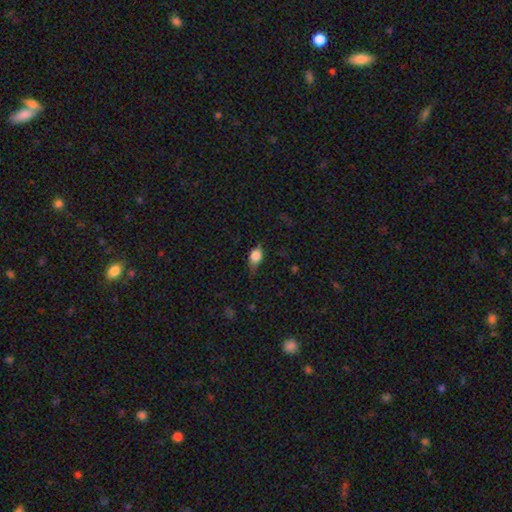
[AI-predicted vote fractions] A smooth galaxy with no disk features (77%) that is in between round and cigar-shaped (66%).

Vote fractions:
- Smooth or featured? smooth: 77% / featured or disk: 13% / star or artifact: 10%
- How rounded? in between: 66% / round: 30% / cigar-shaped: 4%
- Merging? none: 51% / minor disturbance: 36% / major disturbance: 11% / merger: 2%